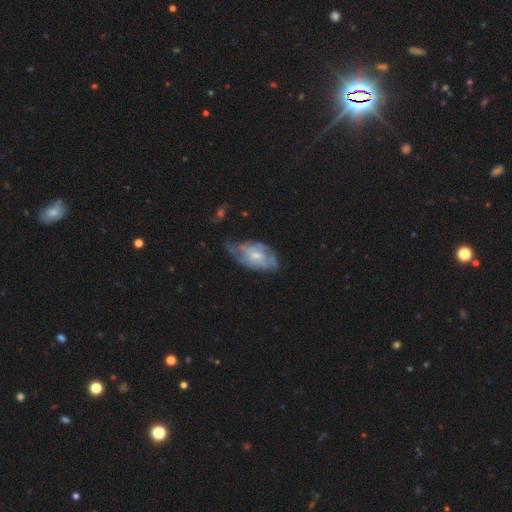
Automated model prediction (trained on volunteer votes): Smooth or featured?
  - featured or disk: 66% *
  - smooth: 28%
  - star or artifact: 6%
Edge-on disk?
  - no: 94% *
  - yes: 6%
Bar?
  - no: 64% *
  - weak: 30%
  - strong: 5%
Spiral arms?
  - yes: 64% *
  - no: 36%
Bulge size?
  - small: 50% *
  - moderate: 40%
  - none: 6%
  - large: 3%
  - dominant: 1%
Merging?
  - none: 39% *
  - minor disturbance: 34%
  - major disturbance: 23%
  - merger: 3%